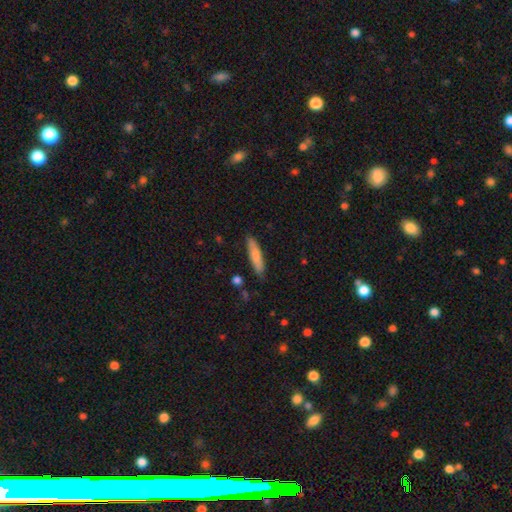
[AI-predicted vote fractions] Smooth or featured: smooth — 77% (featured or disk — 17%)
How rounded: cigar-shaped — 81% (in between — 17%)
Merging: none — 84% (minor disturbance — 12%)